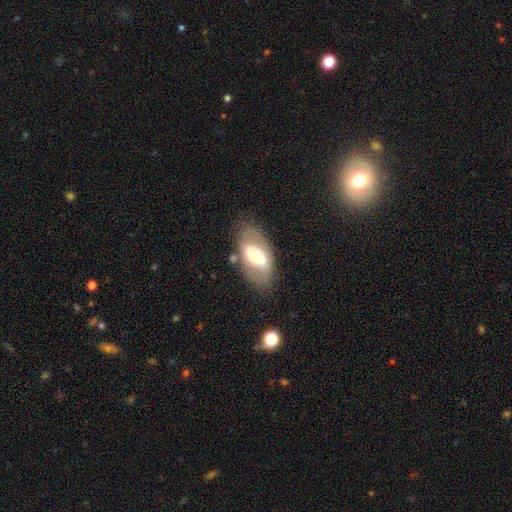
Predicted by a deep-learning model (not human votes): This appears to be a featured or disk galaxy (55%). Merging: none (71%).